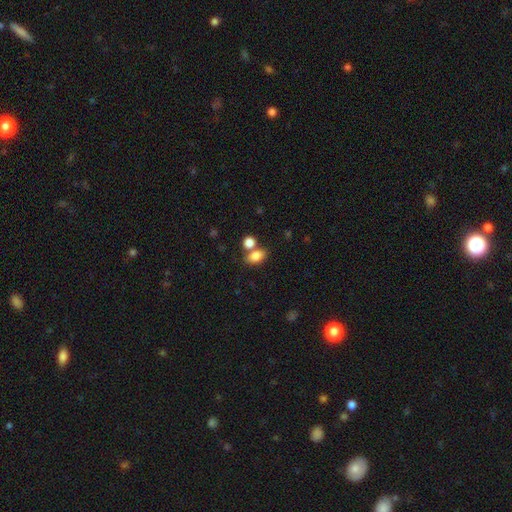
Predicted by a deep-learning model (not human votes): A smooth galaxy with no disk features (82%) that is in between round and cigar-shaped (77%).

Vote fractions:
- Smooth or featured? smooth: 82% / star or artifact: 10% / featured or disk: 8%
- How rounded? in between: 77% / round: 21% / cigar-shaped: 2%
- Merging? none: 53% / merger: 31% / minor disturbance: 11% / major disturbance: 4%